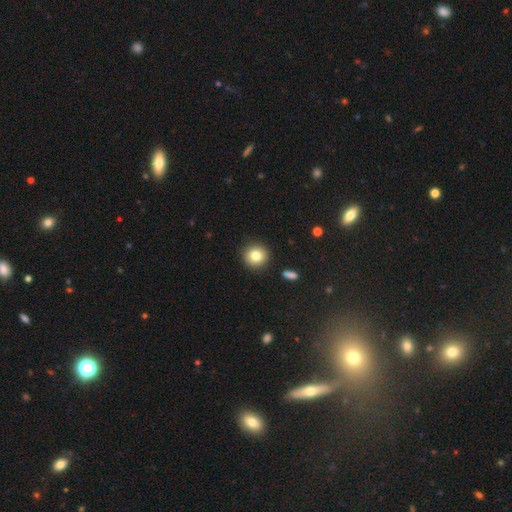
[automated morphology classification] Q: Smooth or featured?
A: smooth (80%); runner-up: star or artifact (11%)
Q: How rounded?
A: round (93%); runner-up: in between (6%)
Q: Merging?
A: none (91%); runner-up: minor disturbance (6%)